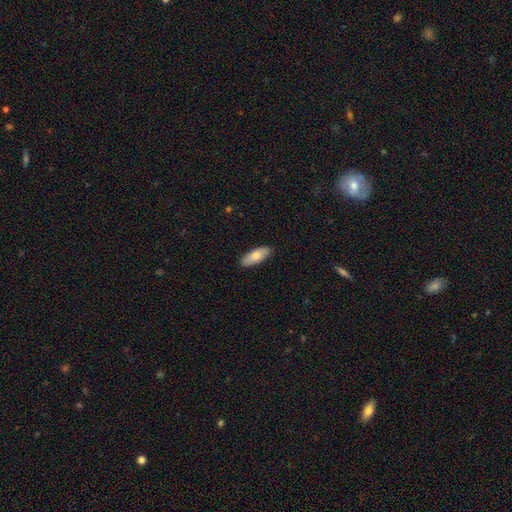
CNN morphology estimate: Smooth or featured? smooth (80%)
How rounded? in between (71%)
Merging? none (89%)